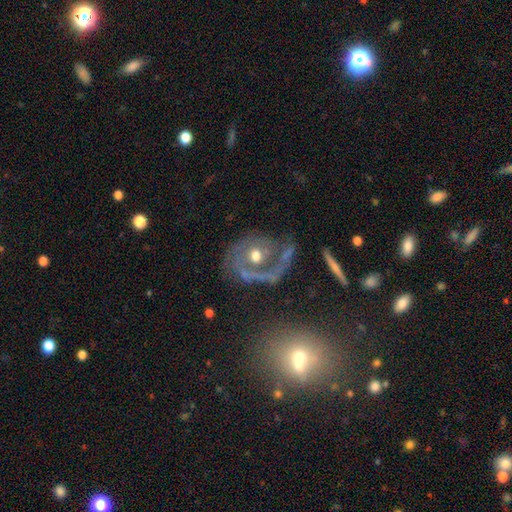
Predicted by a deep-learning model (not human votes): Smooth or featured: featured or disk — 69% (smooth — 21%)
Edge-on disk: no — 96% (yes — 4%)
Bar: no — 76% (weak — 19%)
Spiral arms: yes — 65% (no — 35%)
Bulge size: moderate — 73% (small — 16%)
Merging: none — 42% (major disturbance — 30%)